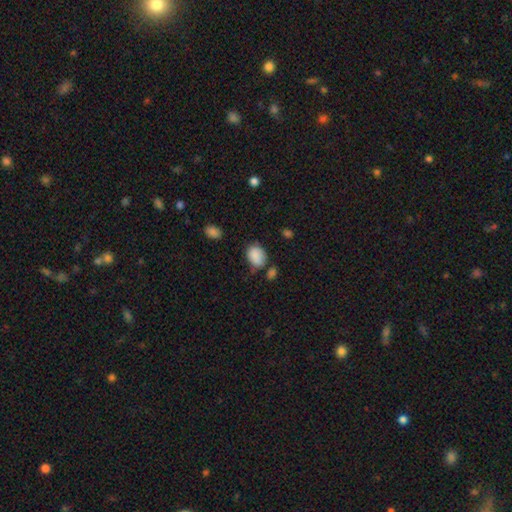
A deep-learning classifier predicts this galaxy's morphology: This is clearly a smooth galaxy (86%). How rounded: likely in between (68%). Merging: possibly none (54%).